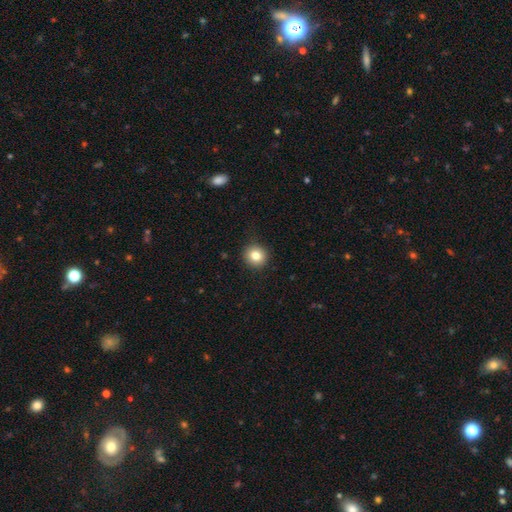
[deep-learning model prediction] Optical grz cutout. It shows a smooth galaxy with no disk features (82%) that is round (91%). Merging: none (90%).